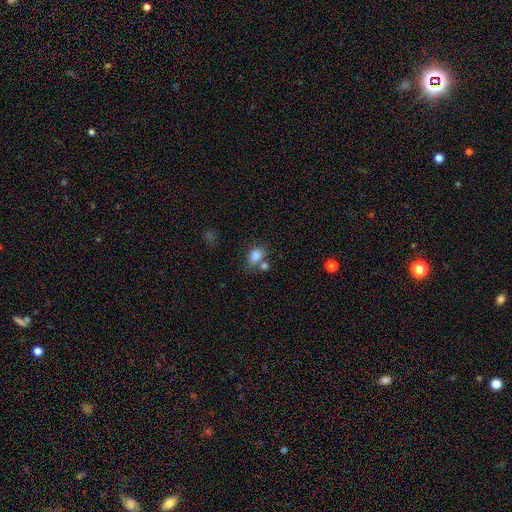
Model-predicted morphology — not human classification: A smooth galaxy with no disk features (82%) that is in between round and cigar-shaped (63%).

Vote fractions:
- Smooth or featured? smooth: 82% / star or artifact: 11% / featured or disk: 8%
- How rounded? in between: 63% / round: 36% / cigar-shaped: 1%
- Merging? none: 53% / merger: 23% / minor disturbance: 17% / major disturbance: 7%